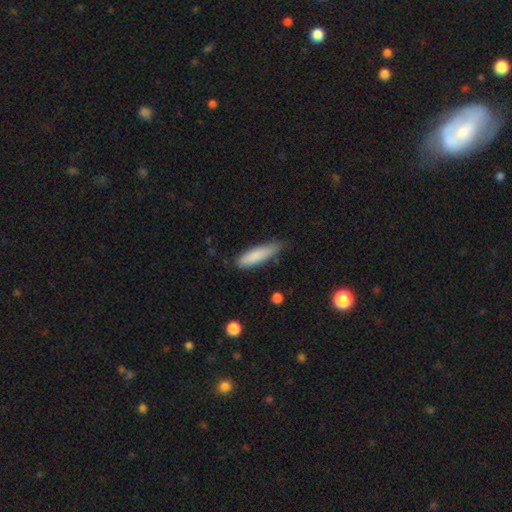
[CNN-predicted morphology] The model was most divided on "how rounded": cigar-shaped: 71%, in between: 27%, round: 1%. More confident: smooth or featured — smooth (84%); merging — none (73%).